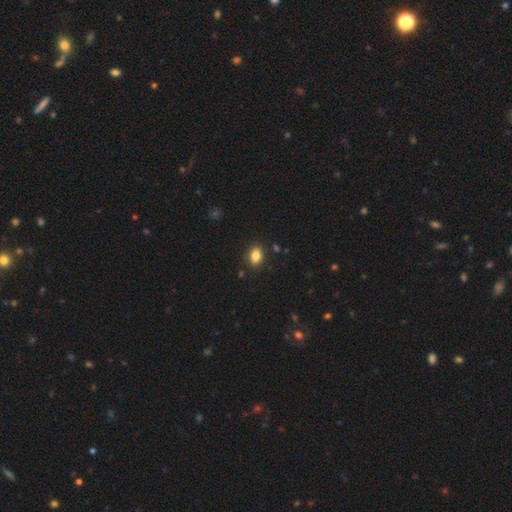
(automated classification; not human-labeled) Smooth or featured?
  - smooth: 85% *
  - star or artifact: 9%
  - featured or disk: 5%
How rounded?
  - in between: 72% *
  - round: 26%
  - cigar-shaped: 1%
Merging?
  - none: 87% *
  - minor disturbance: 9%
  - major disturbance: 2%
  - merger: 2%